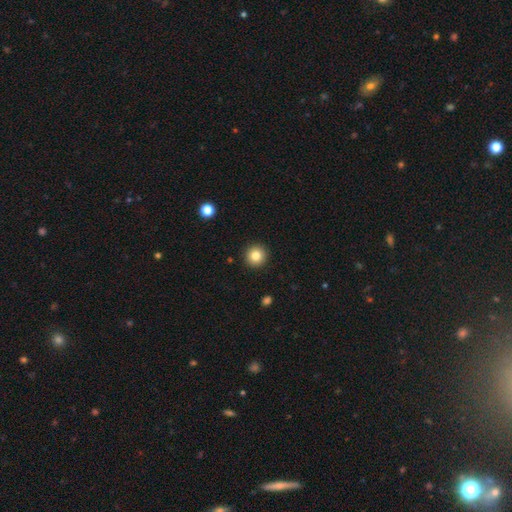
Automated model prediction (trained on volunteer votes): Morphology: type=smooth (83%); roundness=round (95%); merging=none (93%).